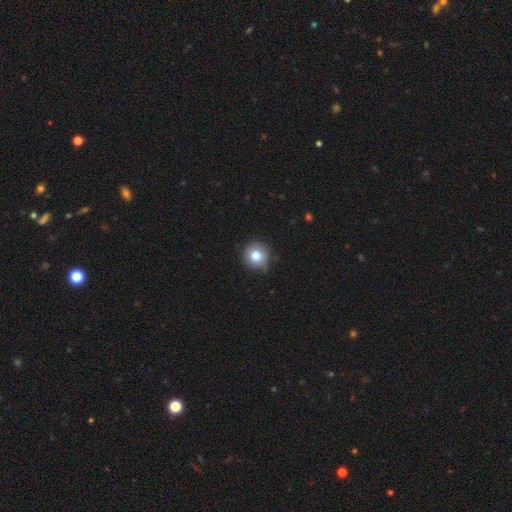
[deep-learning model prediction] smooth_or_featured: smooth (p=0.81) [alt: star or artifact p=0.10]
how_rounded: round (p=0.93) [alt: in between p=0.06]
merging: none (p=0.84) [alt: minor disturbance p=0.12]